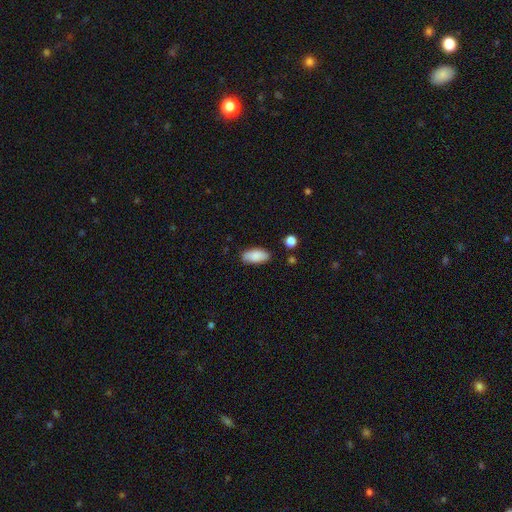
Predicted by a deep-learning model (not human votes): smooth-or-featured: smooth: 87% | star or artifact: 7% | featured or disk: 7%
  how-rounded: in between: 91% | cigar-shaped: 7% | round: 2%
  merging: none: 81% | minor disturbance: 14% | major disturbance: 3% | merger: 2%